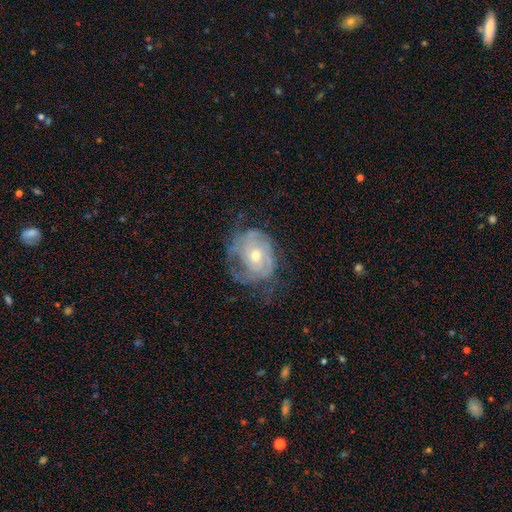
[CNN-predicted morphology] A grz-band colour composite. It shows a featured or disk galaxy (75%) with no bar (77%), tight (61%) spiral arms (80%) and a moderate central bulge (49%). Merging: none (50%).